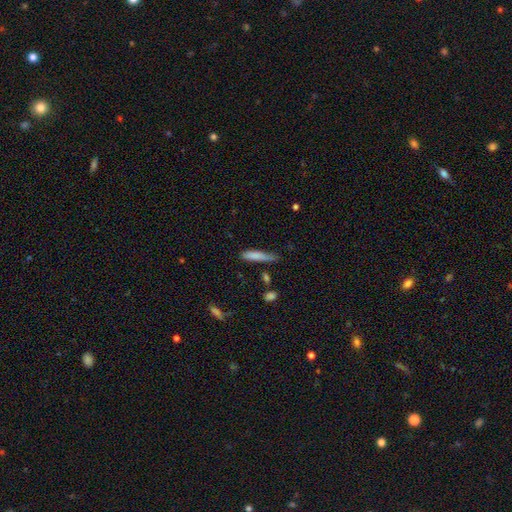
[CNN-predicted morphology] A smooth galaxy with no disk features (80%) that is cigar-shaped (84%).

Vote fractions:
- Smooth or featured? smooth: 80% / featured or disk: 13% / star or artifact: 7%
- How rounded? cigar-shaped: 84% / in between: 14% / round: 2%
- Merging? none: 56% / minor disturbance: 32% / major disturbance: 8% / merger: 4%